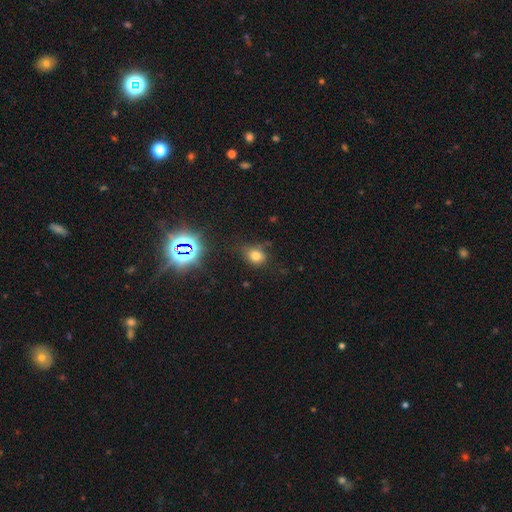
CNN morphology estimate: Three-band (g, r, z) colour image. It shows a smooth galaxy with no disk features (71%) that is round (60%). Merging: none (65%).